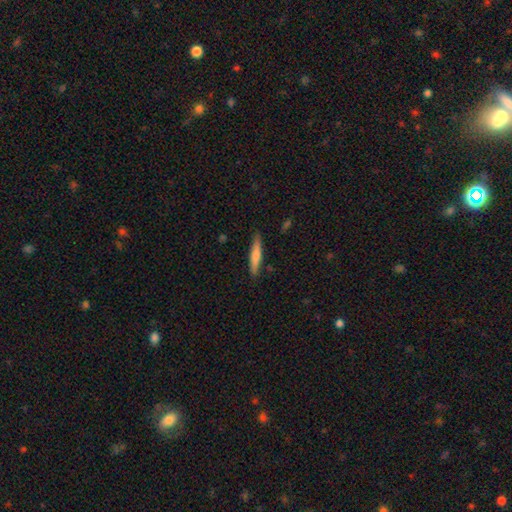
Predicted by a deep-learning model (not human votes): Q: Smooth or featured?
A: smooth (68%); runner-up: featured or disk (26%)
Q: How rounded?
A: cigar-shaped (90%); runner-up: in between (9%)
Q: Merging?
A: none (87%); runner-up: minor disturbance (10%)